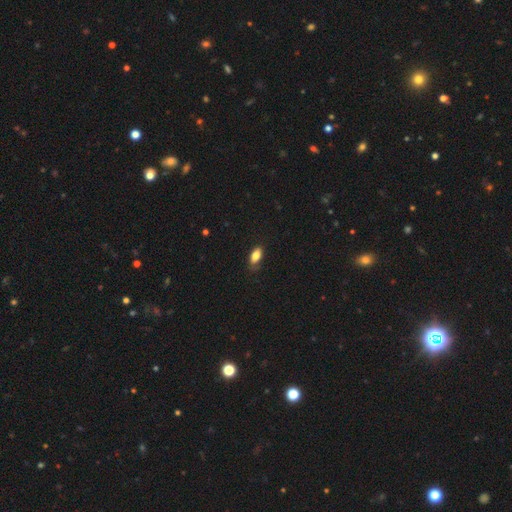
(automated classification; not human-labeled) Q: Smooth or featured?
A: smooth (82%); runner-up: featured or disk (10%)
Q: How rounded?
A: in between (89%); runner-up: cigar-shaped (7%)
Q: Merging?
A: none (73%); runner-up: minor disturbance (21%)